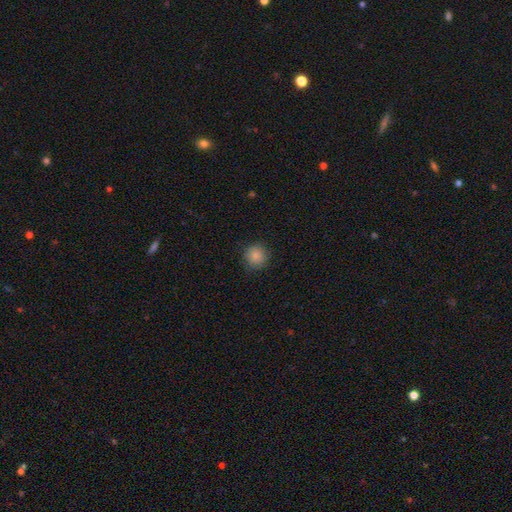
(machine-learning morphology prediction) smooth-or-featured: smooth: 87% | star or artifact: 9% | featured or disk: 4%
  how-rounded: round: 94% | in between: 5% | cigar-shaped: 1%
  merging: none: 88% | minor disturbance: 8% | major disturbance: 3% | merger: 1%